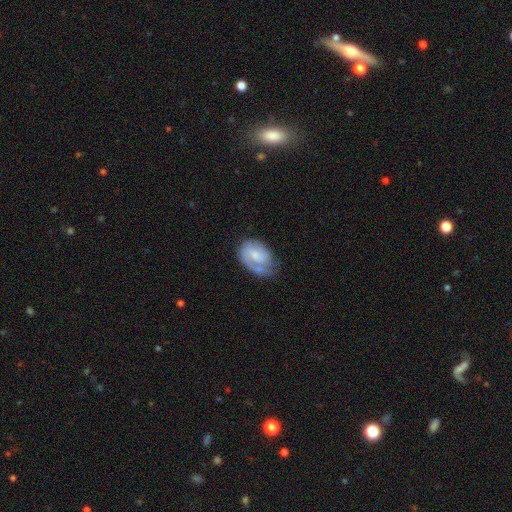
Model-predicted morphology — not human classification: A featured or disk galaxy (66%) with no bar (51%), 1 (45%) tight (47%) spiral arms (89%) and a small central bulge (47%). Merging: none (53%).